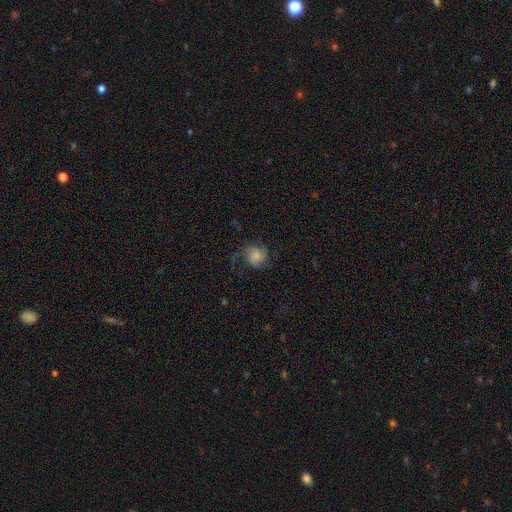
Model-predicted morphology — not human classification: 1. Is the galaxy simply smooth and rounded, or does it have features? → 52% featured or disk, 38% smooth, 10% star or artifact.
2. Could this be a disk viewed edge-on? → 98% no, 2% yes.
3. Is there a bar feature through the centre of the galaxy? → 74% no, 22% weak, 3% strong.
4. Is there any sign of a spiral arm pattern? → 90% yes, 10% no.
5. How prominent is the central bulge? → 32% small, 25% moderate, 23% none, 14% large, 5% dominant.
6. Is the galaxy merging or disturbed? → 55% none, 24% major disturbance, 20% minor disturbance, 1% merger.